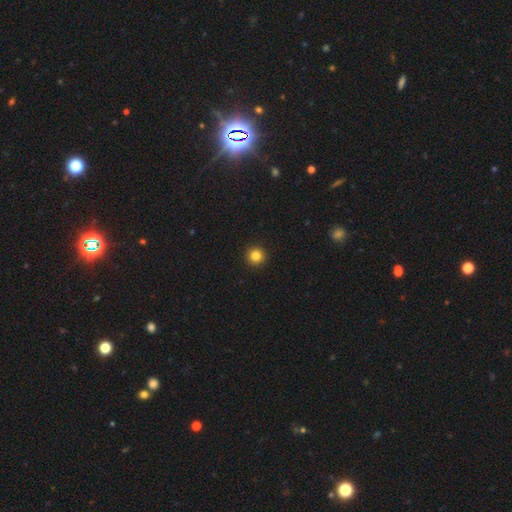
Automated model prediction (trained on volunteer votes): smooth 83%, star or artifact 12%, featured or disk 5%. Down the decision tree: how rounded — round (96%); merging — none (94%).